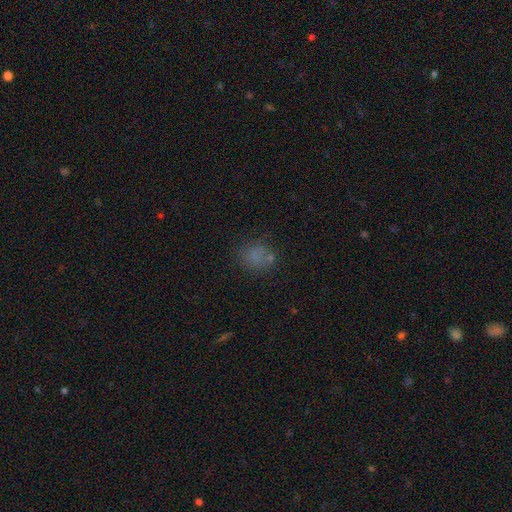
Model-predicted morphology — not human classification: The model was most divided on "how rounded": round: 71%, in between: 28%, cigar-shaped: 1%. More confident: smooth or featured — smooth (70%); merging — none (66%).